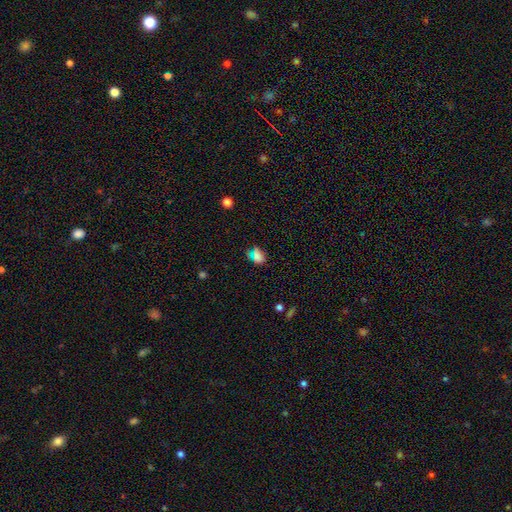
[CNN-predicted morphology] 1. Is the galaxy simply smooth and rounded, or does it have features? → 68% smooth, 25% star or artifact, 7% featured or disk.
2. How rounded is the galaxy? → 62% in between, 34% round, 4% cigar-shaped.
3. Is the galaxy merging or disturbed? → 71% none, 18% minor disturbance, 6% major disturbance, 5% merger.